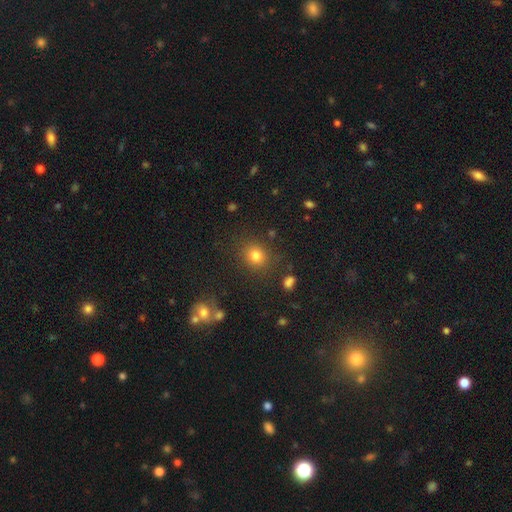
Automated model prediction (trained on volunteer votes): Smooth or featured?
  - smooth: 78% *
  - star or artifact: 15%
  - featured or disk: 7%
How rounded?
  - round: 76% *
  - in between: 23%
  - cigar-shaped: 1%
Merging?
  - none: 83% *
  - minor disturbance: 9%
  - major disturbance: 4%
  - merger: 3%